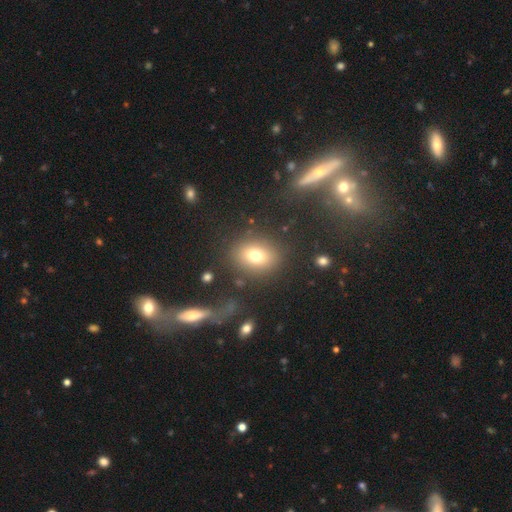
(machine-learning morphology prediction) type=smooth (75%); roundness=in between (55%); merging=none (80%).